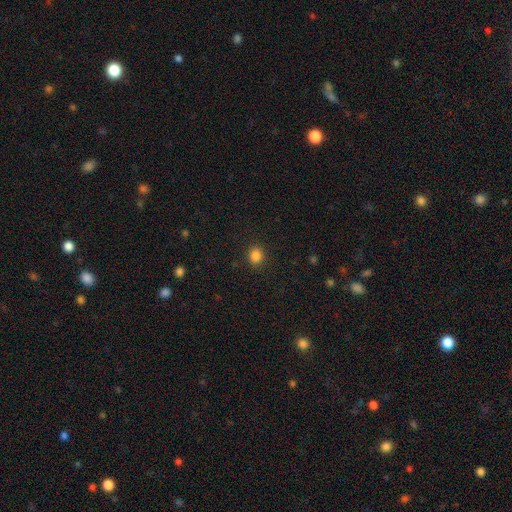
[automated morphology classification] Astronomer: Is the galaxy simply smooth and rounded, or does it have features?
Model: smooth — 85%.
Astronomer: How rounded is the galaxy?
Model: round — 74%.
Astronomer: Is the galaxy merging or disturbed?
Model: none — 90%.